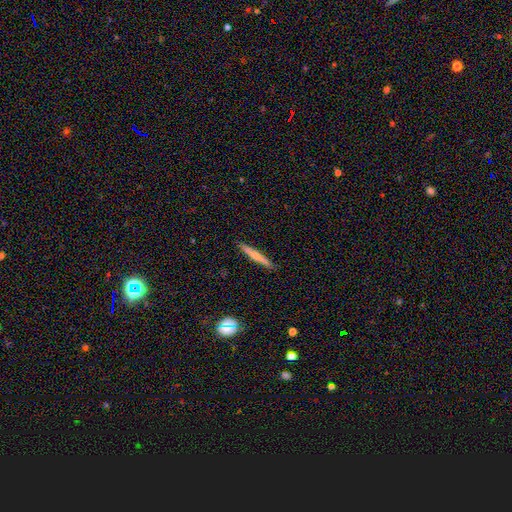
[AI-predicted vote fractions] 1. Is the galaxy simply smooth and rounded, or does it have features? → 57% smooth, 36% featured or disk, 7% star or artifact.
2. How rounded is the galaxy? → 95% cigar-shaped, 4% in between, 1% round.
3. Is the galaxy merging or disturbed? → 90% none, 7% minor disturbance, 1% major disturbance, 1% merger.